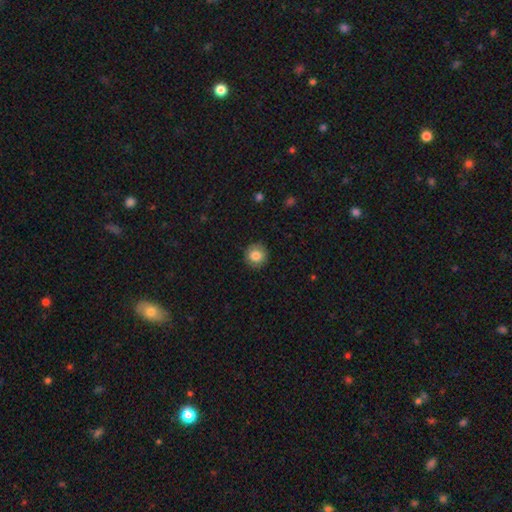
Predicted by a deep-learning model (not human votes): Smooth or featured? smooth (82%)
How rounded? round (93%)
Merging? none (89%)